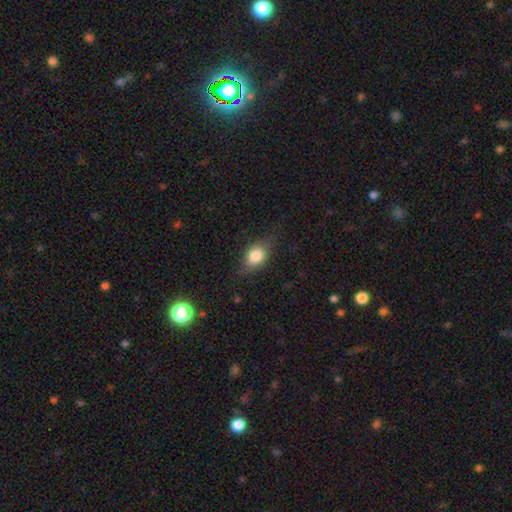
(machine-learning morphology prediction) A smooth galaxy with no disk features (76%) that is in between round and cigar-shaped (69%). Merging: none (68%).